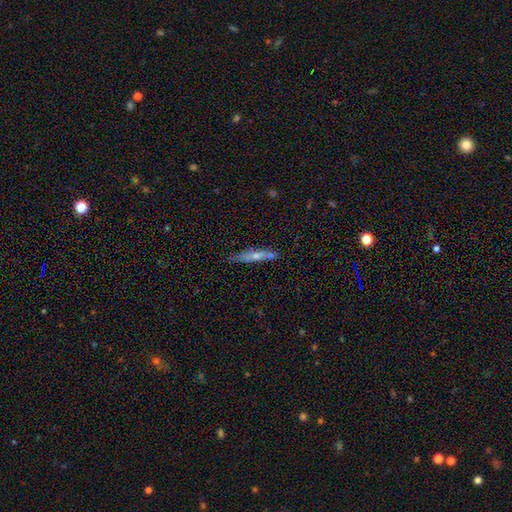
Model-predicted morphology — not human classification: Smooth or featured: smooth — 59% (featured or disk — 33%)
How rounded: cigar-shaped — 81% (in between — 17%)
Merging: none — 63% (minor disturbance — 22%)